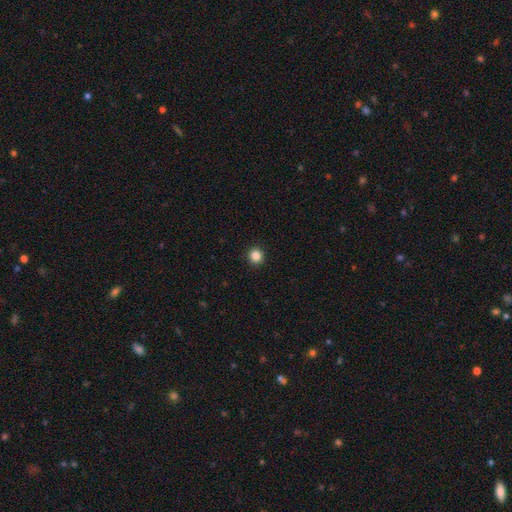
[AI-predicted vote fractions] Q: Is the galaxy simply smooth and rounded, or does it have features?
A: smooth — 85%.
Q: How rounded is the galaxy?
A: round — 95%.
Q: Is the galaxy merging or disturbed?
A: none — 93%.